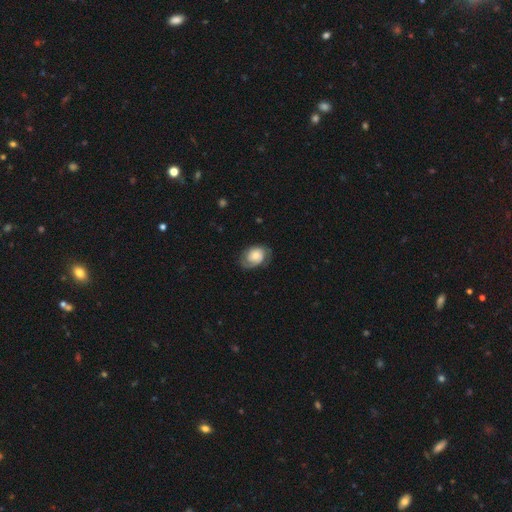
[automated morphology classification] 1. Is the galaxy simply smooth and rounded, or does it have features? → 61% featured or disk, 32% smooth, 7% star or artifact.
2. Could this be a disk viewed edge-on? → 97% no, 3% yes.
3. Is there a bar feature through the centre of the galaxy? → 75% no, 22% weak, 4% strong.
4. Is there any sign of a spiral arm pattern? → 88% yes, 12% no.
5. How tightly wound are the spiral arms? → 52% tight, 35% medium, 13% loose.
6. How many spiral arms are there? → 65% 2, 16% can't tell, 11% 1, 5% 3, 2% 4, 2% more than 4.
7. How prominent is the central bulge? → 37% moderate, 33% small, 19% large, 8% none, 4% dominant.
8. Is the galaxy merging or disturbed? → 67% none, 22% minor disturbance, 10% major disturbance, 1% merger.